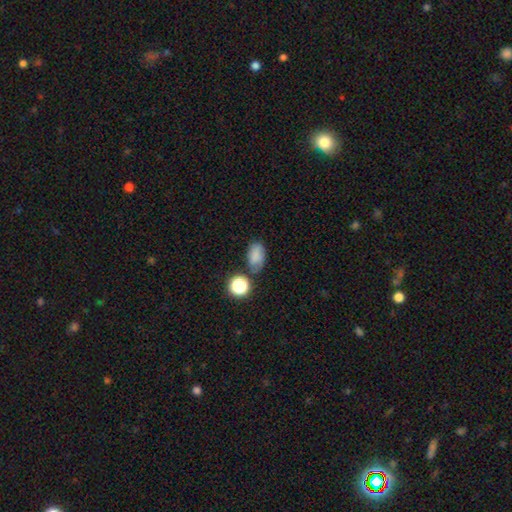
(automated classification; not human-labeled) Q: Smooth or featured?
A: smooth (78%); runner-up: star or artifact (13%)
Q: How rounded?
A: in between (85%); runner-up: round (13%)
Q: Merging?
A: none (65%); runner-up: minor disturbance (20%)